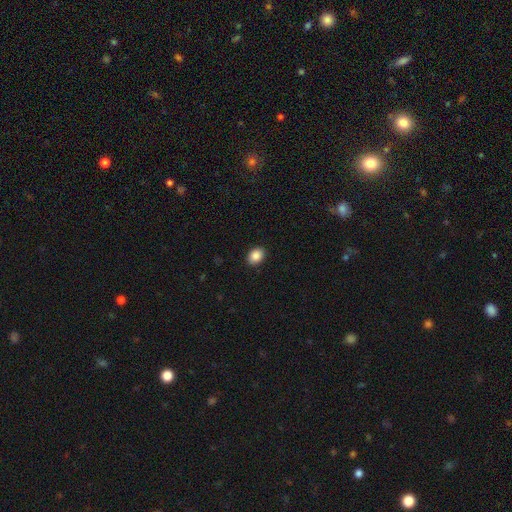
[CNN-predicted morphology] Smooth or featured: smooth — 88% (star or artifact — 8%)
How rounded: in between — 66% (round — 33%)
Merging: none — 90% (minor disturbance — 7%)